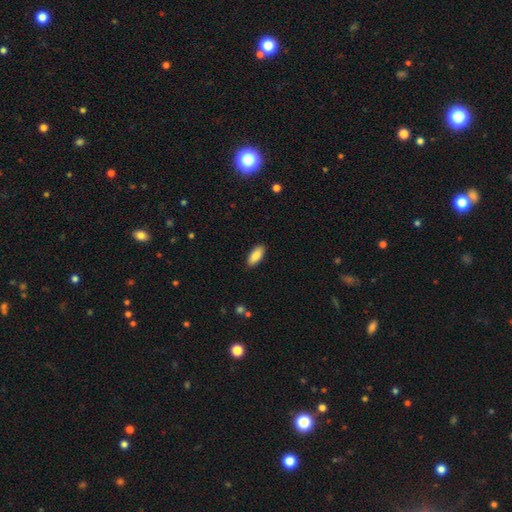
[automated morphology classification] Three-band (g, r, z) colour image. It shows a smooth galaxy with no disk features (88%) that is in between round and cigar-shaped (87%). Merging: none (89%).